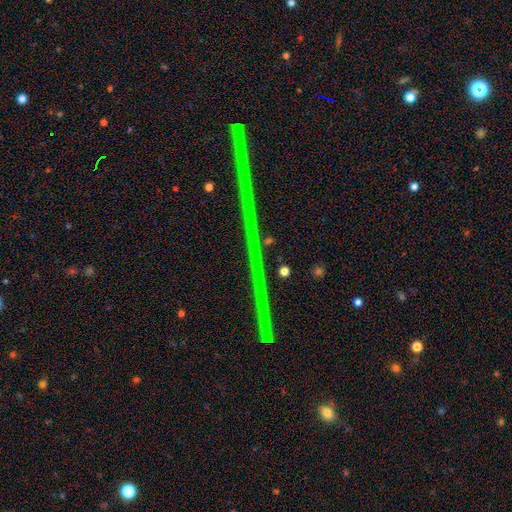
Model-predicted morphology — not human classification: Smooth or featured?
  - star or artifact: 81% *
  - featured or disk: 12%
  - smooth: 7%